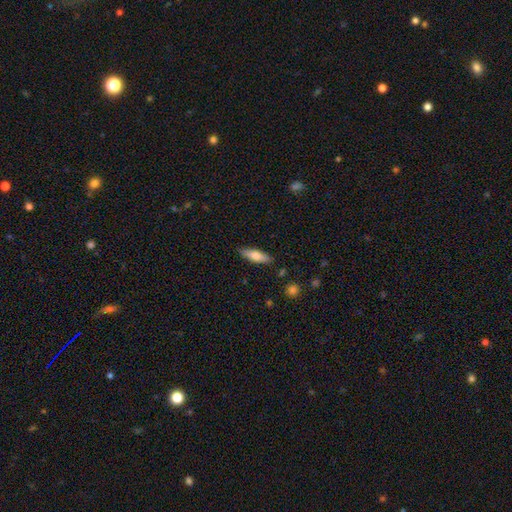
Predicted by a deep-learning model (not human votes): A smooth galaxy with no disk features (67%) that is cigar-shaped (54%). Merging: none (87%).